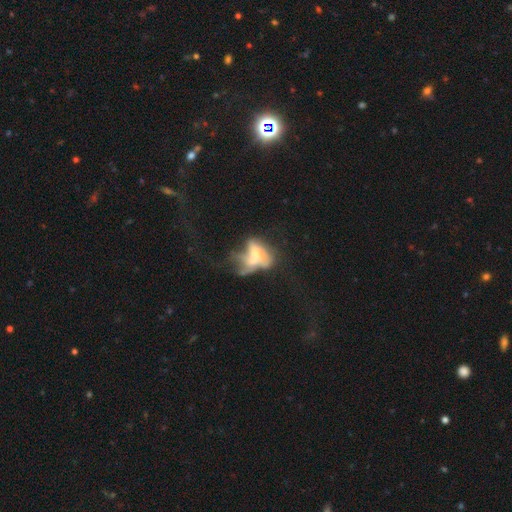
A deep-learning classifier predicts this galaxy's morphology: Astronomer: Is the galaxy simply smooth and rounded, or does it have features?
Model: featured or disk — 49% (runner-up: smooth, 39%).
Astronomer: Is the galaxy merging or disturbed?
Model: merger — 47% (runner-up: major disturbance, 28%).